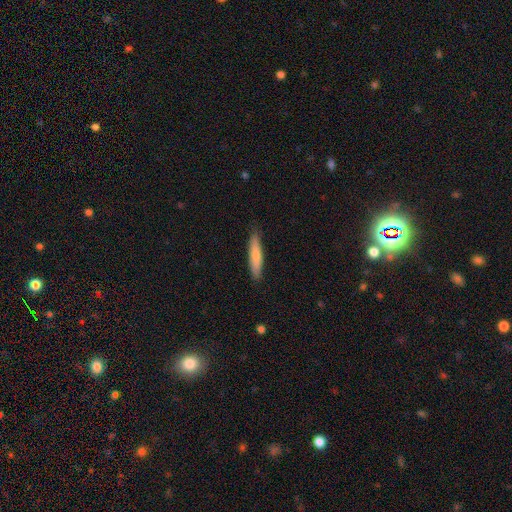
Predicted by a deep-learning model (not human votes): Morphology: type=smooth (76%); roundness=cigar-shaped (86%); merging=none (87%).